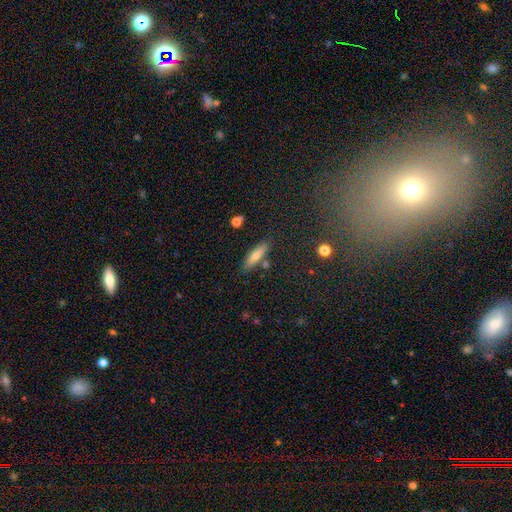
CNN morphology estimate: This appears to be a smooth galaxy with no disk features (68%) that is cigar-shaped (61%). Merging: none (80%).